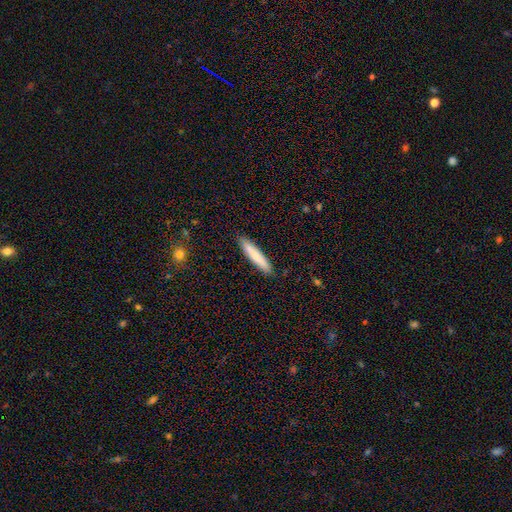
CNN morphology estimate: Q: Smooth or featured?
A: smooth (78%); runner-up: featured or disk (16%)
Q: How rounded?
A: cigar-shaped (92%); runner-up: in between (7%)
Q: Merging?
A: none (90%); runner-up: minor disturbance (7%)